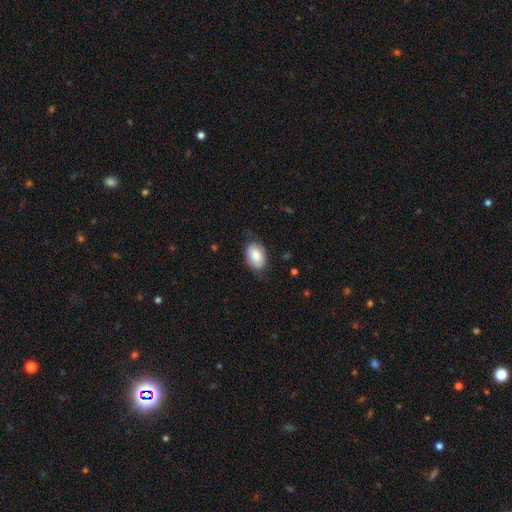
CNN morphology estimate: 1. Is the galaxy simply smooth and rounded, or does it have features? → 79% smooth, 15% featured or disk, 6% star or artifact.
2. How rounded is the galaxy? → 89% in between, 10% round, 1% cigar-shaped.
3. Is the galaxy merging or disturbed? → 67% none, 25% minor disturbance, 8% major disturbance, 1% merger.